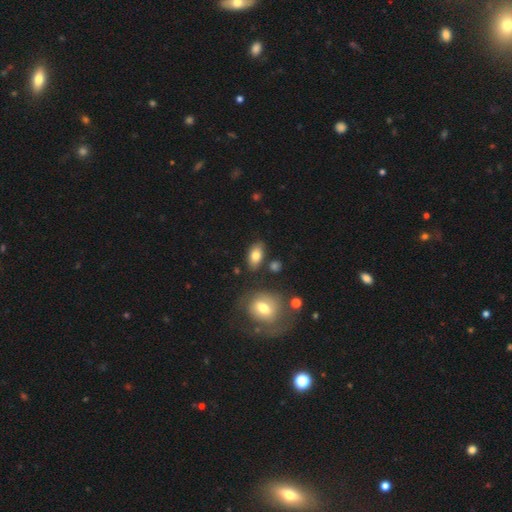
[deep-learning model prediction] A smooth galaxy with no disk features (80%) that is in between round and cigar-shaped (90%).

Vote fractions:
- Smooth or featured? smooth: 80% / featured or disk: 13% / star or artifact: 8%
- How rounded? in between: 90% / round: 6% / cigar-shaped: 4%
- Merging? none: 81% / minor disturbance: 11% / merger: 4% / major disturbance: 3%